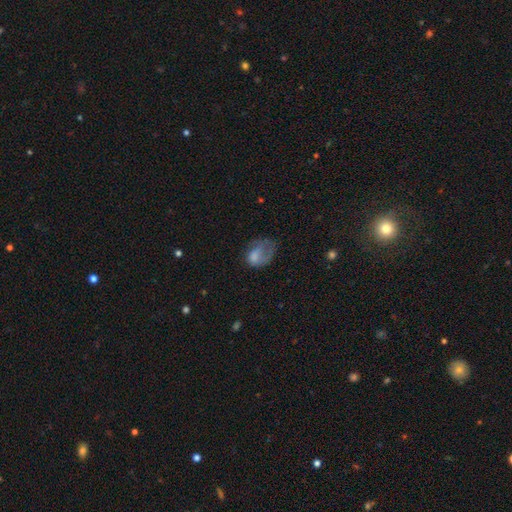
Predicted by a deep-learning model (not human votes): This appears to be a smooth galaxy with no disk features (61%) that is in between round and cigar-shaped (69%). Merging: major disturbance (46%).